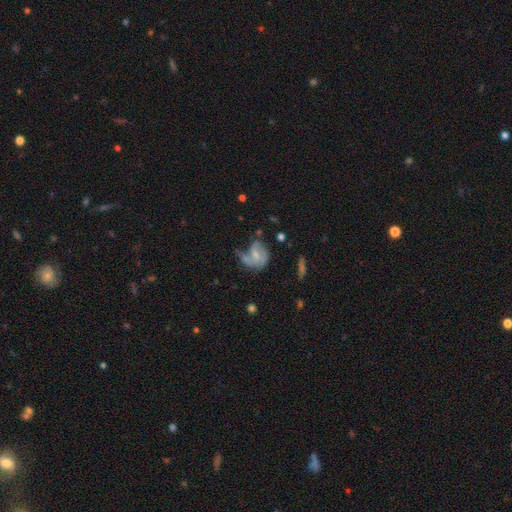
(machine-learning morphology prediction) The model was most divided on "merging": major disturbance: 31%, none: 30%, minor disturbance: 23%, merger: 16%. More confident: edge-on disk — no (97%); spiral arms — yes (72%); smooth or featured — featured or disk (59%); bulge size — small (52%); bar — no (50%).